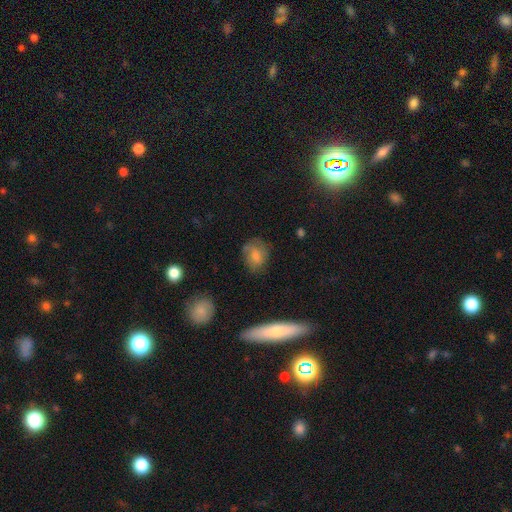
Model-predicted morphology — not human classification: smooth_or_featured: smooth (p=0.70) [alt: featured or disk p=0.20]
how_rounded: in between (p=0.58) [alt: round p=0.40]
merging: none (p=0.60) [alt: minor disturbance p=0.26]